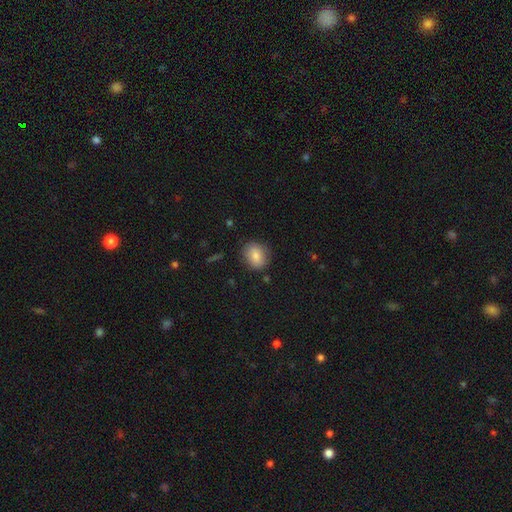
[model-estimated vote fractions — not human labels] This appears to be a smooth galaxy with no disk features (82%) that is round (59%). Merging: none (81%).